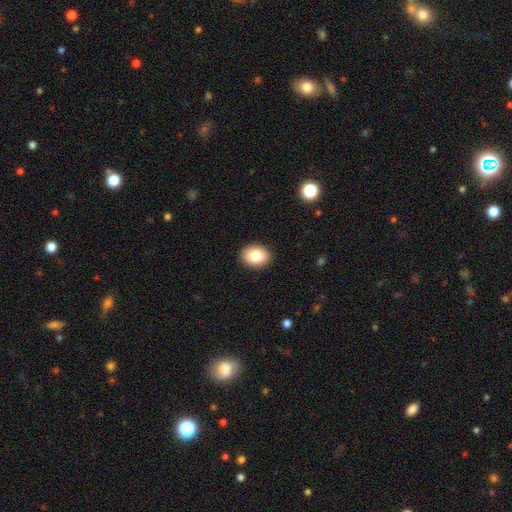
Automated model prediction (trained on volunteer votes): A smooth galaxy with no disk features (82%) that is in between round and cigar-shaped (59%). Merging: none (91%).